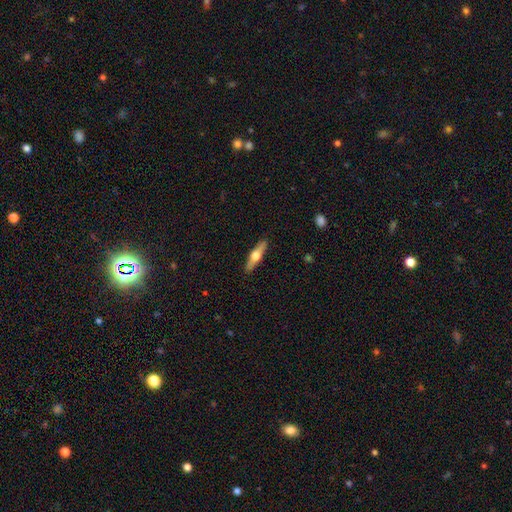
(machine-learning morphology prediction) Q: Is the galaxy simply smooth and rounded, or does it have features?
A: featured or disk — 53%.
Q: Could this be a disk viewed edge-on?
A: yes — 92%.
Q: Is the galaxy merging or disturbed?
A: none — 90%.